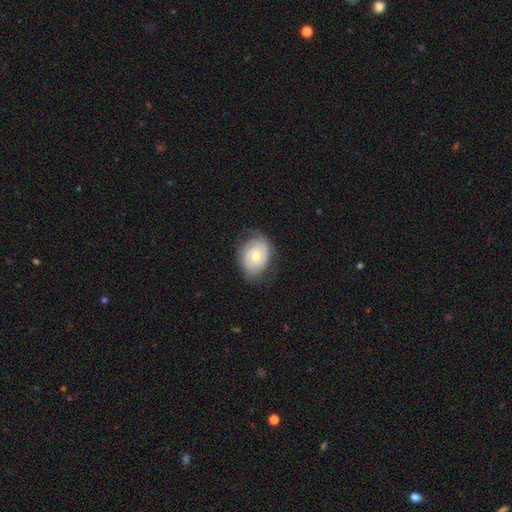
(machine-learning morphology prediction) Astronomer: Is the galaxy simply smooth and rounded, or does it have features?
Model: featured or disk — 57% (runner-up: smooth, 37%).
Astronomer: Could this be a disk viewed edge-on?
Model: no — 96%.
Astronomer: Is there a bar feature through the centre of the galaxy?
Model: no — 63%.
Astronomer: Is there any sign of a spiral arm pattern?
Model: yes — 77%.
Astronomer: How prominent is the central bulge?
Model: moderate — 66%.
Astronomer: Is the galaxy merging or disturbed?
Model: none — 66%.